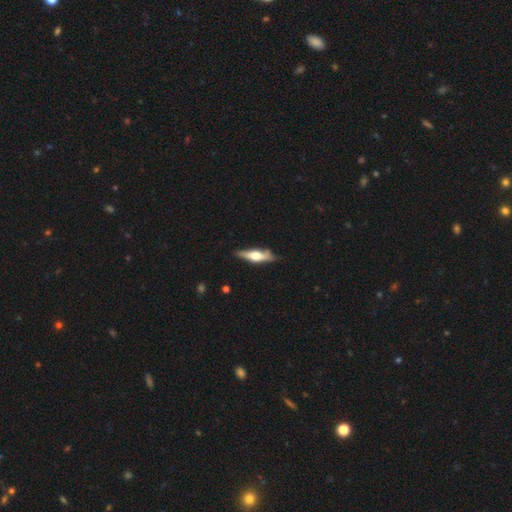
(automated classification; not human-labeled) Q: Smooth or featured?
A: featured or disk (56%); runner-up: smooth (39%)
Q: Edge-on disk?
A: yes (91%); runner-up: no (9%)
Q: Edge-on bulge?
A: rounded (92%); runner-up: boxy (6%)
Q: Merging?
A: none (77%); runner-up: minor disturbance (17%)